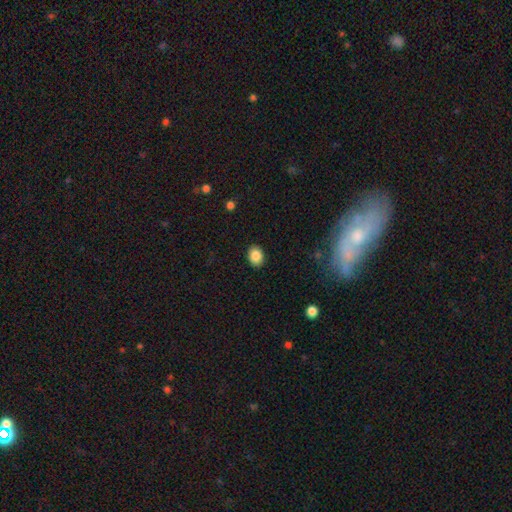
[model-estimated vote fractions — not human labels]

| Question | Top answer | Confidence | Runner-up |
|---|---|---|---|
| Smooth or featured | smooth | 86% | star or artifact (9%) |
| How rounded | in between | 65% | round (34%) |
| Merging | none | 89% | minor disturbance (8%) |